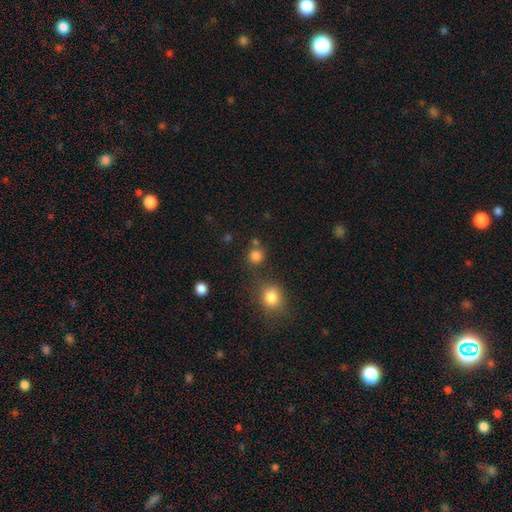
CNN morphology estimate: Smooth or featured? Predicted: smooth (p=0.81). How rounded? Predicted: round (p=0.90). Merging? Predicted: none (p=0.72).